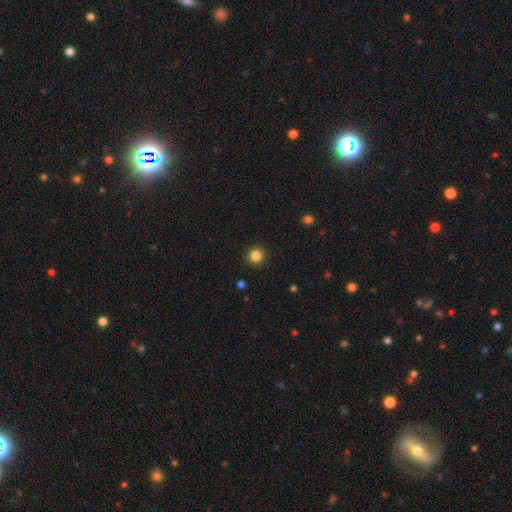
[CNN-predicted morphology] Smooth or featured: smooth — 85% (star or artifact — 12%)
How rounded: round — 95% (in between — 5%)
Merging: none — 92% (minor disturbance — 5%)